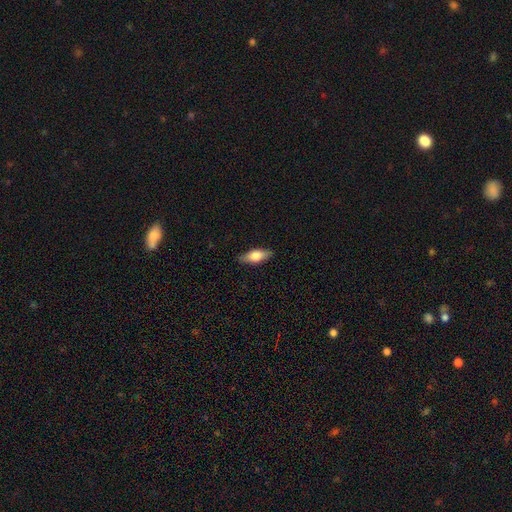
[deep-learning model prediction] Q: Smooth or featured?
A: smooth (68%); runner-up: featured or disk (25%)
Q: How rounded?
A: in between (74%); runner-up: cigar-shaped (23%)
Q: Merging?
A: none (85%); runner-up: minor disturbance (11%)